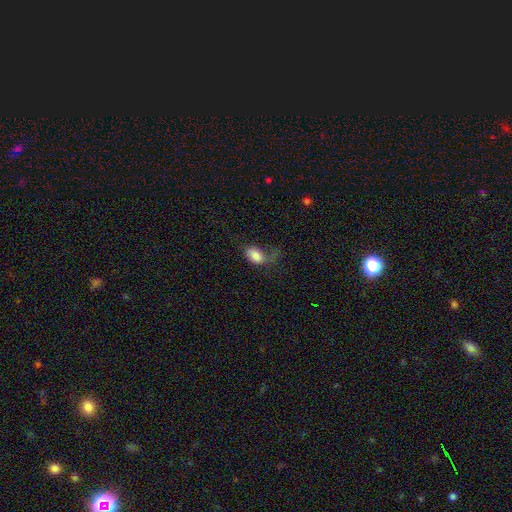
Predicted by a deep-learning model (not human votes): Q: Smooth or featured?
A: smooth (78%); runner-up: featured or disk (14%)
Q: How rounded?
A: in between (87%); runner-up: round (11%)
Q: Merging?
A: major disturbance (41%); runner-up: none (30%)